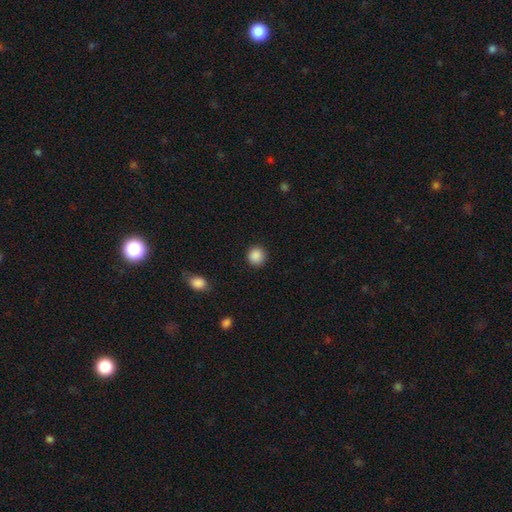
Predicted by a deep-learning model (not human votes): A smooth galaxy with no disk features (88%) that is round (93%). Merging: none (90%).